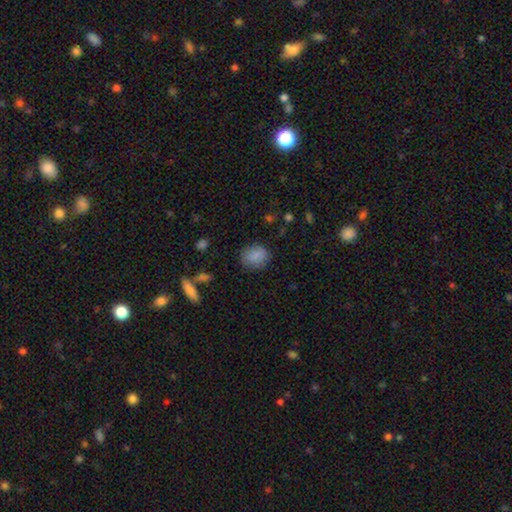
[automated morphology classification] Smooth or featured? Predicted: smooth (p=0.85). How rounded? Predicted: round (p=0.50). Merging? Predicted: none (p=0.79).